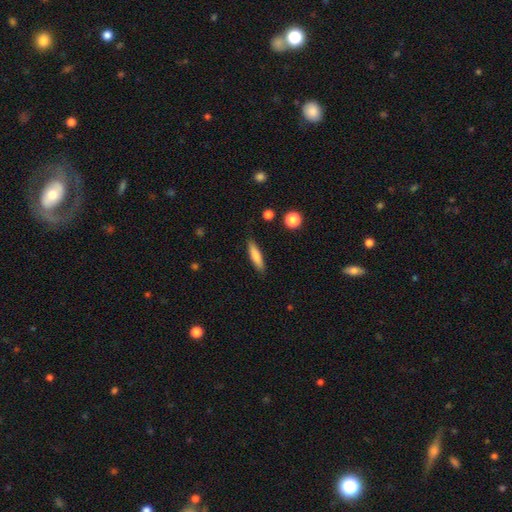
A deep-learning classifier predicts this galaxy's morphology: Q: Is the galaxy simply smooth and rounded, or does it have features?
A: smooth — 77%.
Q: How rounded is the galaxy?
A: cigar-shaped — 78%.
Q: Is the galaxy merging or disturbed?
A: none — 87%.